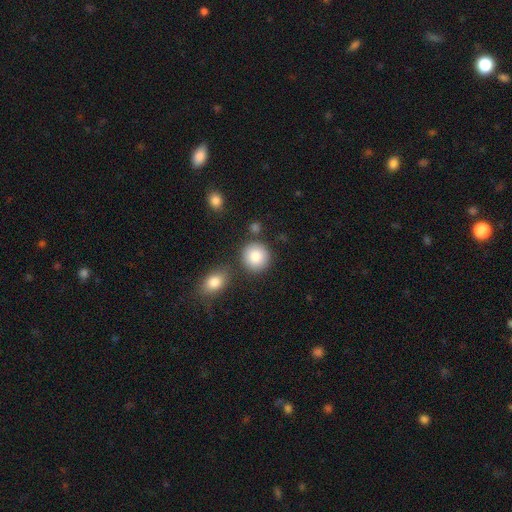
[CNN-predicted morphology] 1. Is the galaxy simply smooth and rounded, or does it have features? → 86% smooth, 7% star or artifact, 7% featured or disk.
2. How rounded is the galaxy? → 90% round, 9% in between, 1% cigar-shaped.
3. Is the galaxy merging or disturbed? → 79% none, 9% minor disturbance, 9% merger, 3% major disturbance.